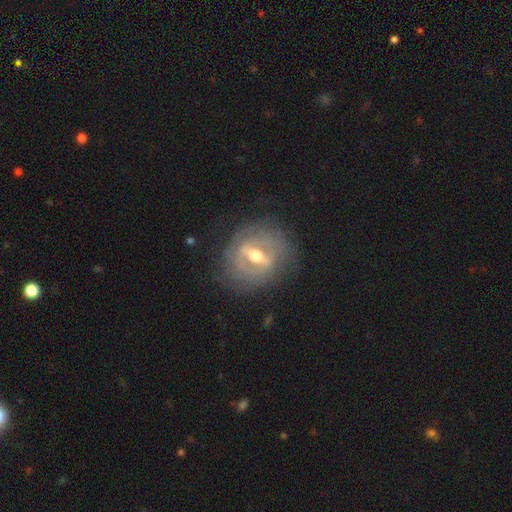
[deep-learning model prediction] A featured or disk galaxy (82%) with a strong bar (68%), spiral arms (55%) and a moderate central bulge (73%).

Vote fractions:
- Smooth or featured? featured or disk: 82% / smooth: 12% / star or artifact: 6%
- Edge-on disk? no: 85% / yes: 15%
- Bar? strong: 68% / weak: 24% / no: 8%
- Spiral arms? yes: 55% / no: 45%
- Bulge size? moderate: 73% / small: 14% / large: 10% / dominant: 1% / none: 1%
- Merging? none: 76% / minor disturbance: 15% / major disturbance: 7% / merger: 1%